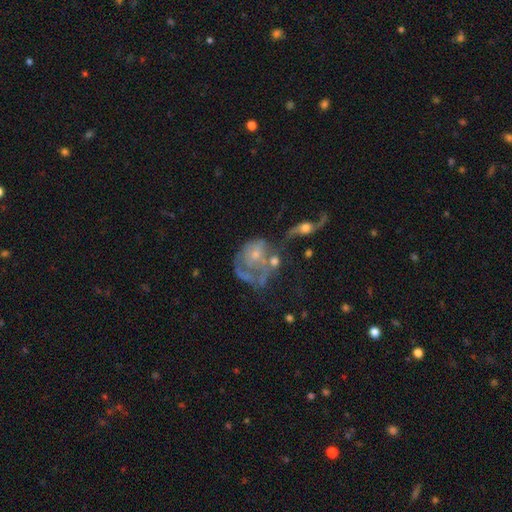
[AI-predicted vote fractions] Overall: featured or disk (65%; smooth 25%). Edge-on disk: no (97%). Bar: no (79%). Spiral arms: no (55%; yes 45%). Bulge size: small (47%; moderate 32%). Merging: merger (35%; major disturbance 33%).